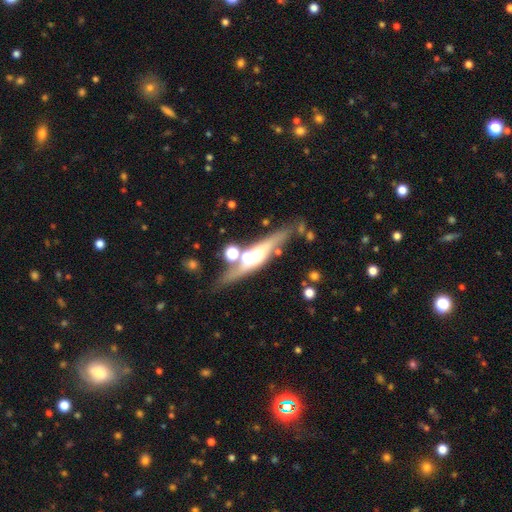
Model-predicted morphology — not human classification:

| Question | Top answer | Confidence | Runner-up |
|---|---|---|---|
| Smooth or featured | featured or disk | 63% | smooth (28%) |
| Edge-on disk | yes | 80% | no (20%) |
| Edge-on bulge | rounded | 91% | boxy (5%) |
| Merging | none | 63% | merger (16%) |